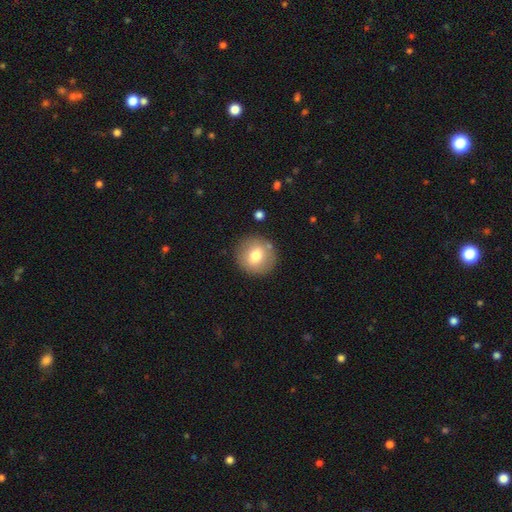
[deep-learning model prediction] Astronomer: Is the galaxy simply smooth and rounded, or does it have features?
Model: smooth — 73%.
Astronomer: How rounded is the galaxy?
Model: round — 93%.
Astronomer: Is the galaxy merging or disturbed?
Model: none — 87%.